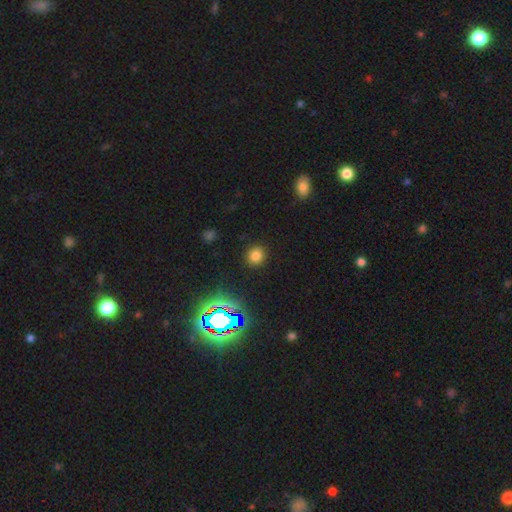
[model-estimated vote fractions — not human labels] A smooth galaxy with no disk features (75%) that is round (83%). Merging: none (90%).